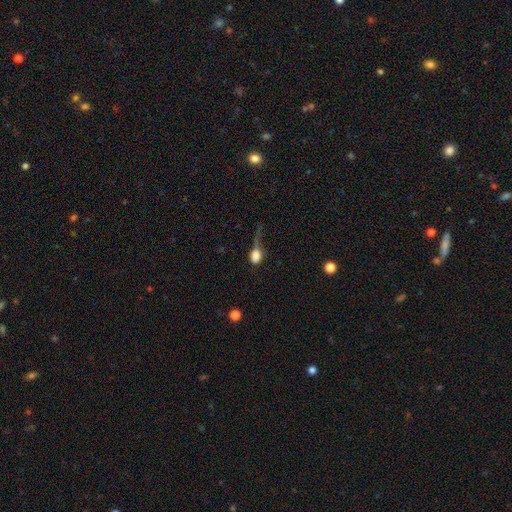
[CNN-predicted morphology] This appears to be a smooth galaxy with no disk features (71%) that is in between round and cigar-shaped (64%). Merging: major disturbance (49%).